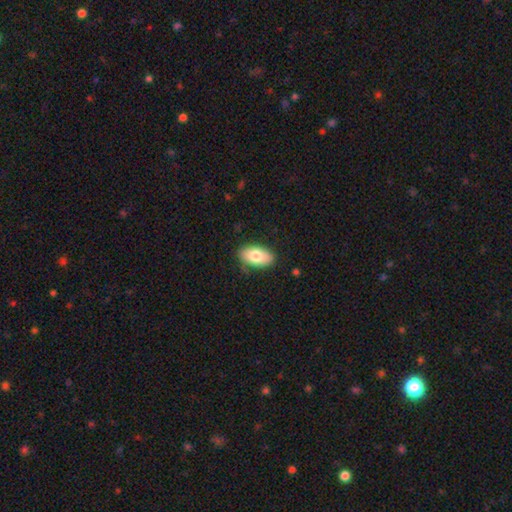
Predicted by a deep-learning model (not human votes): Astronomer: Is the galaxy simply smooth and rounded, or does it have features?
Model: smooth — 78%.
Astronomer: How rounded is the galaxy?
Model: in between — 94%.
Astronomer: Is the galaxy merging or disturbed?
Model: none — 81%.